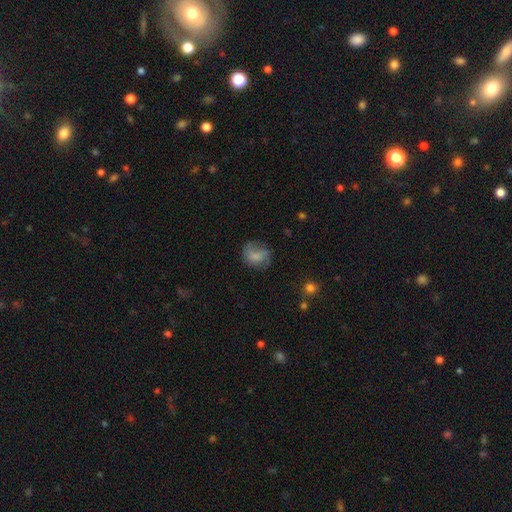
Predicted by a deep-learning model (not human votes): smooth-or-featured: smooth: 61% | featured or disk: 29% | star or artifact: 10%
  how-rounded: round: 59% | in between: 39% | cigar-shaped: 1%
  merging: none: 52% | minor disturbance: 26% | major disturbance: 19% | merger: 3%